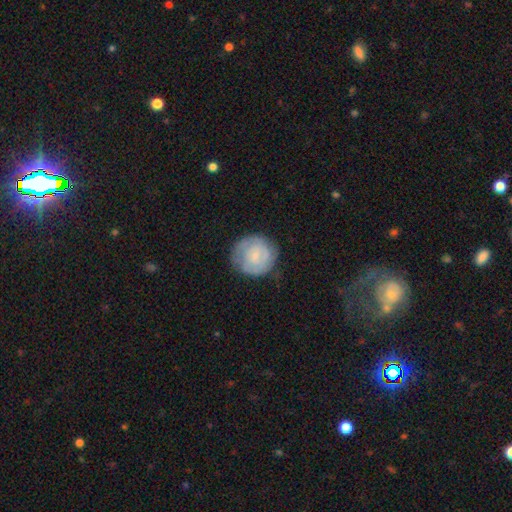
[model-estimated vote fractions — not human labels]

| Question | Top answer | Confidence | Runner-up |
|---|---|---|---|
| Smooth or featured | featured or disk | 50% | smooth (43%) |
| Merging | none | 72% | minor disturbance (19%) |